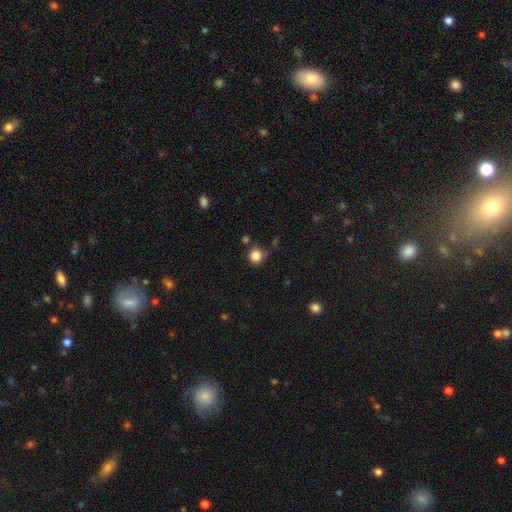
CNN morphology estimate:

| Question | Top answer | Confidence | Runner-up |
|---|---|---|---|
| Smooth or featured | smooth | 84% | star or artifact (11%) |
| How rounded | round | 92% | in between (7%) |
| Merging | none | 74% | minor disturbance (16%) |